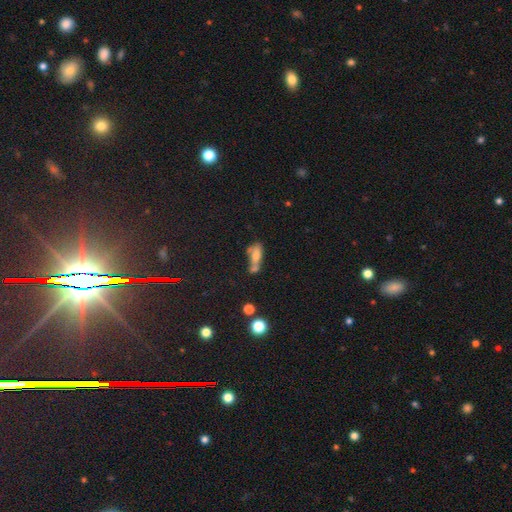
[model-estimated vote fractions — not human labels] Q: Smooth or featured?
A: smooth (62%); runner-up: featured or disk (24%)
Q: How rounded?
A: in between (66%); runner-up: cigar-shaped (29%)
Q: Merging?
A: merger (38%); runner-up: none (31%)